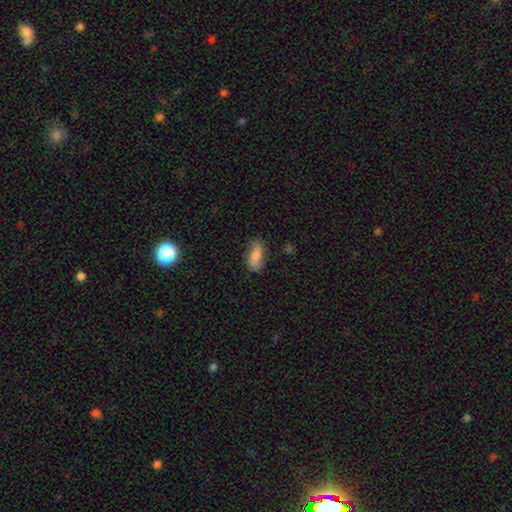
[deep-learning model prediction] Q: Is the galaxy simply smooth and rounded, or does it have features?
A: smooth — 82%.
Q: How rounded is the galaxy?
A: in between — 84%.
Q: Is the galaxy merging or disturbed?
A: none — 71%.